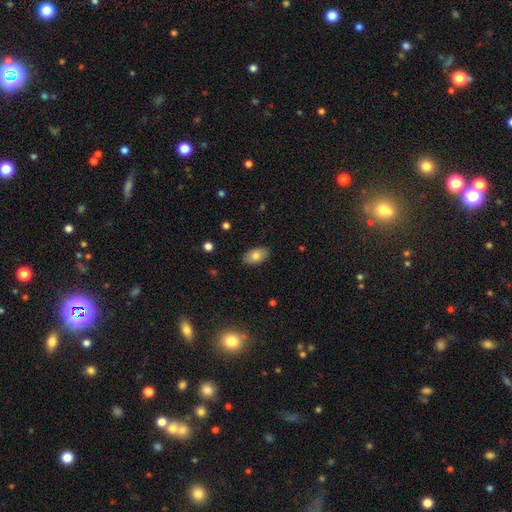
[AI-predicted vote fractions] The model was most divided on "smooth or featured": smooth: 81%, featured or disk: 11%, star or artifact: 8%. More confident: how rounded — in between (93%); merging — none (87%).